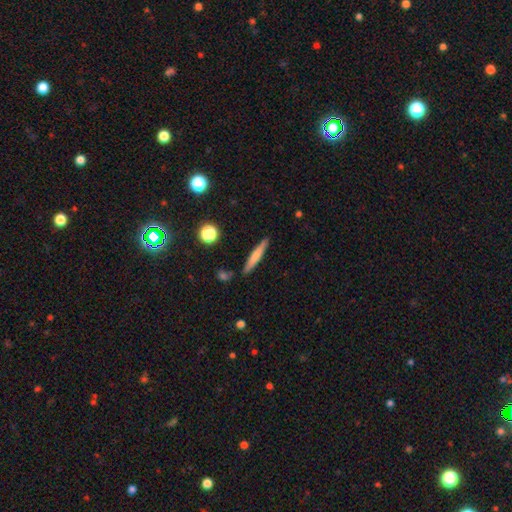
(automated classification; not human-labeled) This is likely a smooth galaxy (62%). How rounded: clearly cigar-shaped (93%). Merging: clearly none (86%).